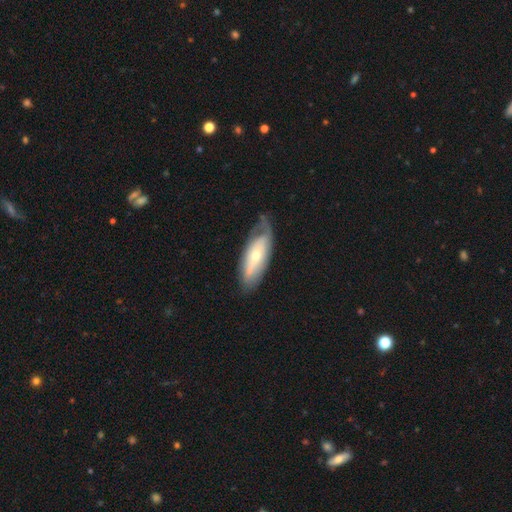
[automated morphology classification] This is possibly a featured or disk galaxy (54%). It is likely not viewed edge-on (77%). Merging: possibly none (55%).